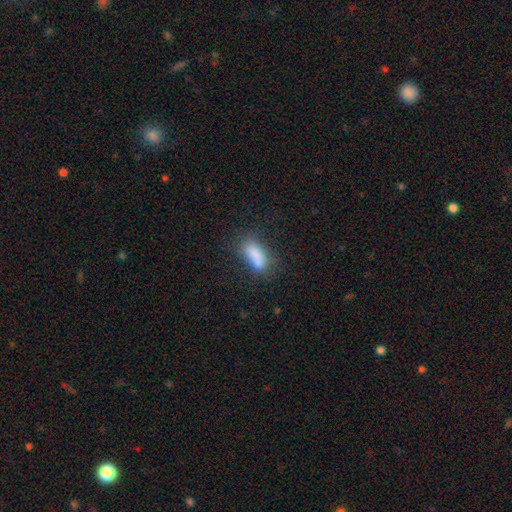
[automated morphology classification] Smooth or featured: smooth — 81% (star or artifact — 10%)
How rounded: in between — 73% (cigar-shaped — 24%)
Merging: none — 56% (minor disturbance — 25%)